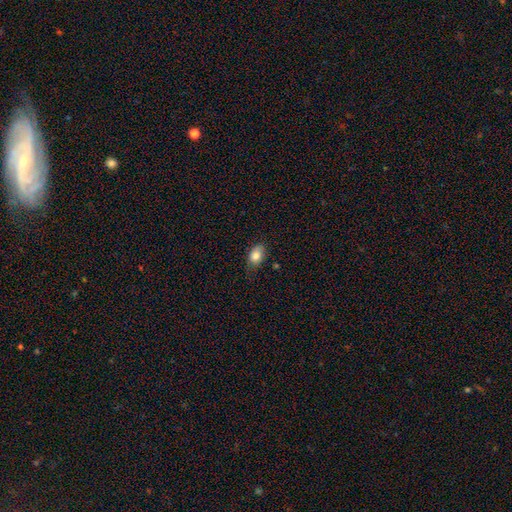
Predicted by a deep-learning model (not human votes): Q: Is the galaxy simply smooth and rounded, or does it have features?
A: smooth — 83%.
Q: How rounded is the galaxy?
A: in between — 79%.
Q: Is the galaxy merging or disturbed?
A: none — 62%.